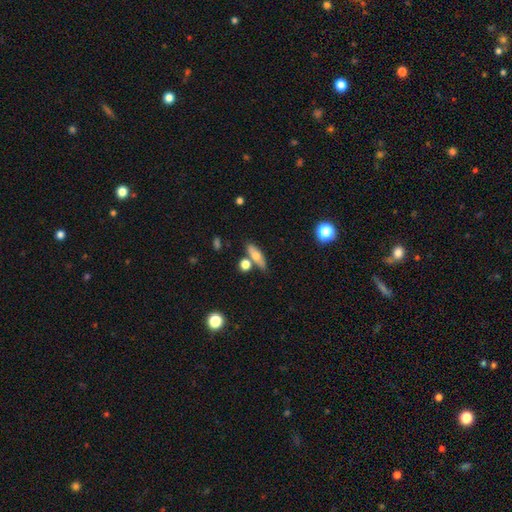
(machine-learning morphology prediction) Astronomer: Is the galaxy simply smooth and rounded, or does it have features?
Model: smooth — 64%.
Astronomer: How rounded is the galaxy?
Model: in between — 51% (runner-up: cigar-shaped, 42%).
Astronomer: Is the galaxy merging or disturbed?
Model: none — 65%.